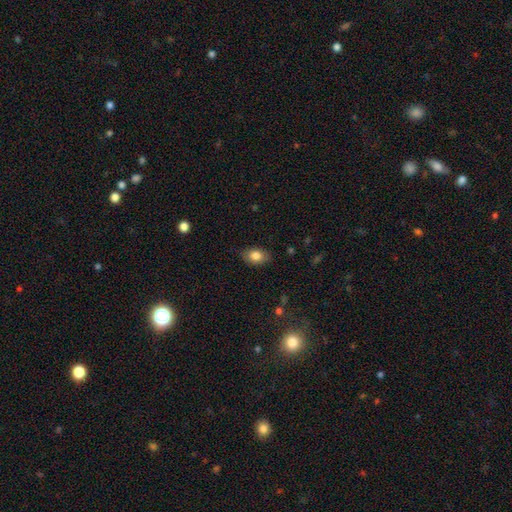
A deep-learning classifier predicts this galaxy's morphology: A smooth galaxy with no disk features (82%) that is in between round and cigar-shaped (84%).

Vote fractions:
- Smooth or featured? smooth: 82% / featured or disk: 10% / star or artifact: 8%
- How rounded? in between: 84% / round: 14% / cigar-shaped: 2%
- Merging? none: 80% / minor disturbance: 16% / major disturbance: 3% / merger: 1%